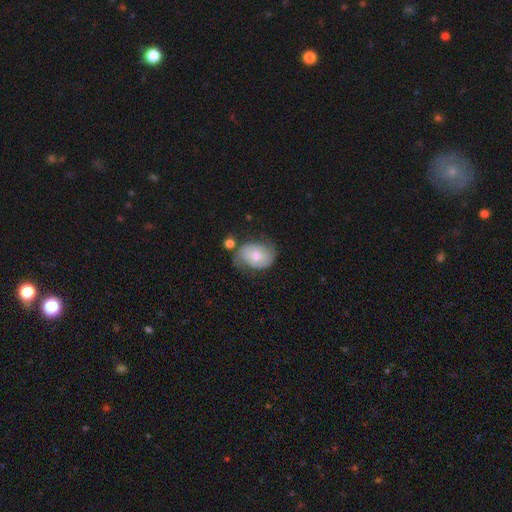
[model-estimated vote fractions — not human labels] smooth-or-featured: featured or disk: 50% | smooth: 43% | star or artifact: 7%
  merging: none: 50% | minor disturbance: 29% | major disturbance: 13% | merger: 8%